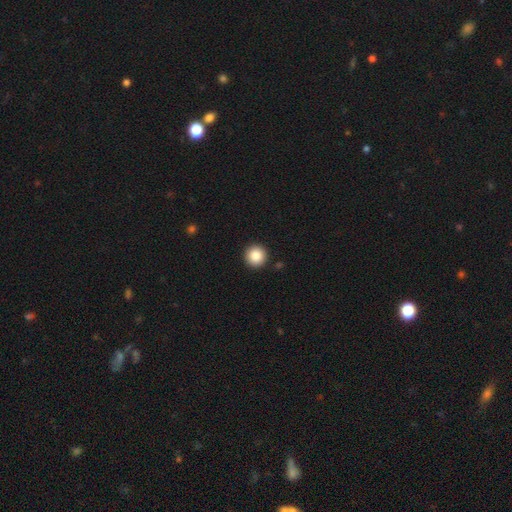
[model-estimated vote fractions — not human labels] Smooth or featured? smooth (86%)
How rounded? round (96%)
Merging? none (92%)